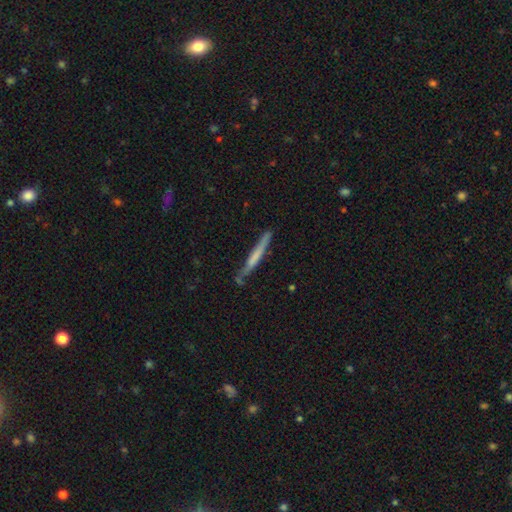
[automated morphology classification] Smooth or featured? Predicted: smooth (p=0.55). How rounded? Predicted: cigar-shaped (p=0.96). Merging? Predicted: none (p=0.76).